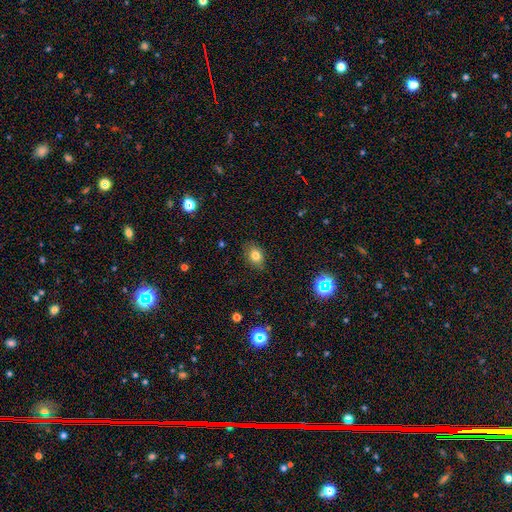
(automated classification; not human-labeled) Overall: smooth (79%). How rounded: in between (67%; round 31%). Merging: none (83%).